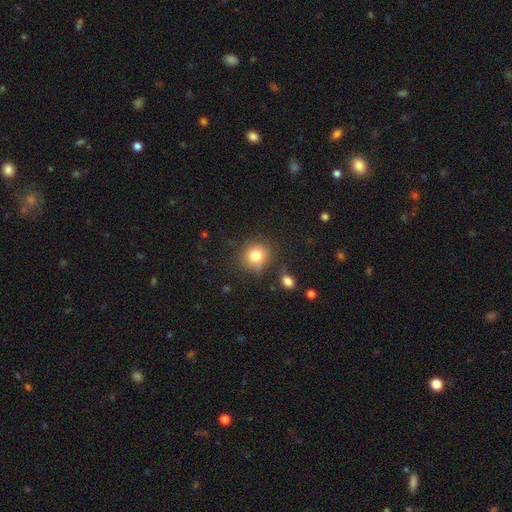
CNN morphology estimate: type=smooth (80%); roundness=round (84%); merging=none (78%).